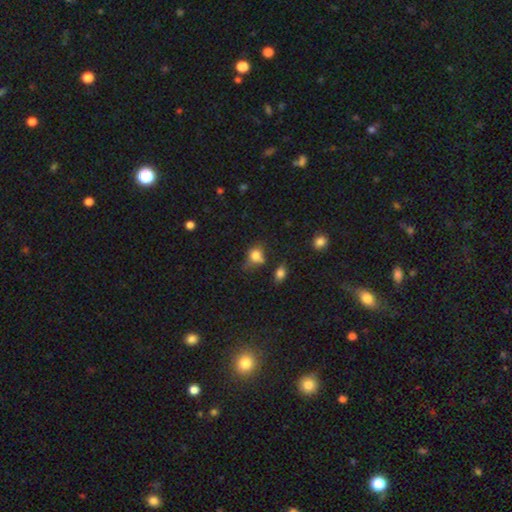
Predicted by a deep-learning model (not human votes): smooth 75%, star or artifact 13%, featured or disk 12%. Down the decision tree: how rounded — round (50%); merging — none (43%).